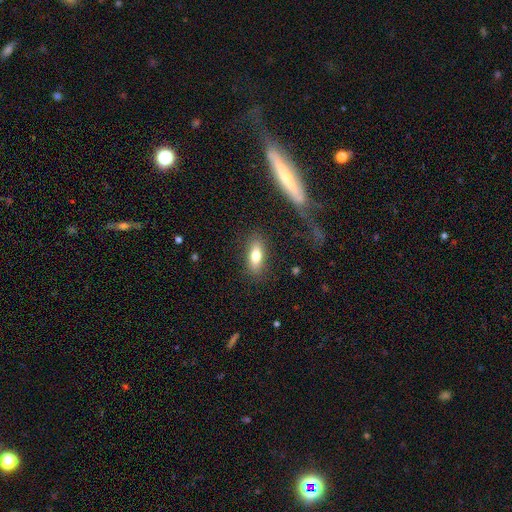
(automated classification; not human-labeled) smooth 74%, featured or disk 18%, star or artifact 8%. Down the decision tree: how rounded — in between (73%); merging — none (84%).